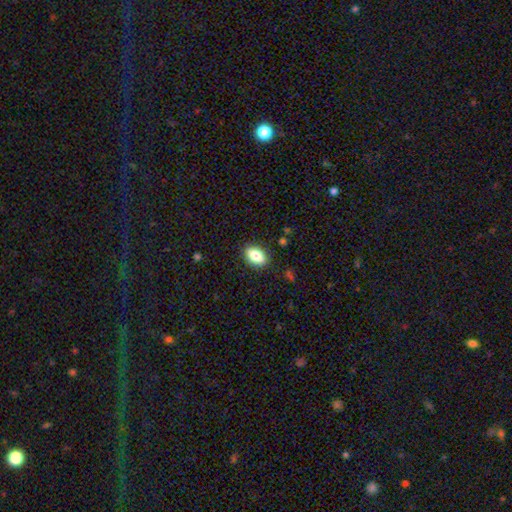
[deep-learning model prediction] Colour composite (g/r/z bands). It shows a smooth galaxy with no disk features (82%) that is in between round and cigar-shaped (88%). Merging: none (87%).